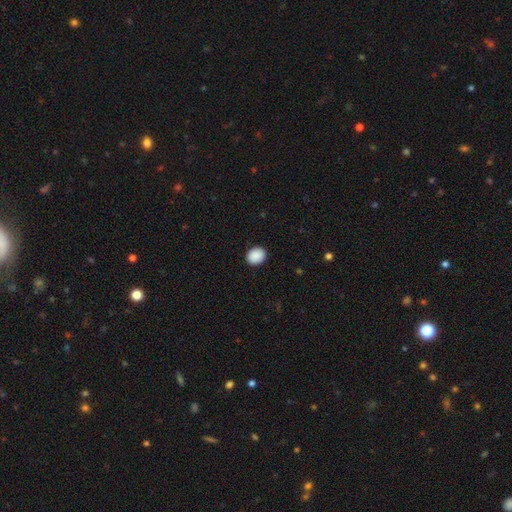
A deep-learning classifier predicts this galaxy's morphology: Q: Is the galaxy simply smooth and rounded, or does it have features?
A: smooth — 90%.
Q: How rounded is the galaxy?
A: round — 52%.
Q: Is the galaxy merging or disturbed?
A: none — 91%.